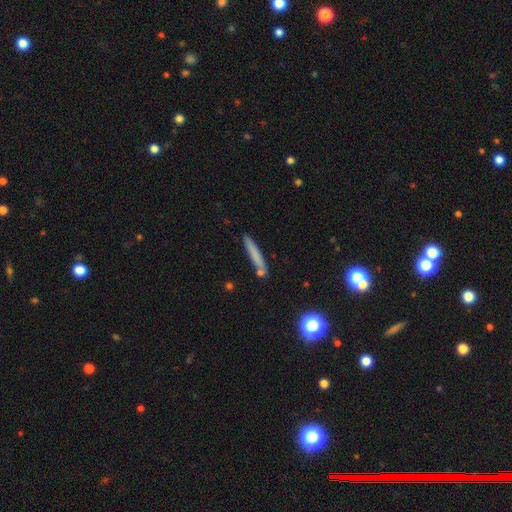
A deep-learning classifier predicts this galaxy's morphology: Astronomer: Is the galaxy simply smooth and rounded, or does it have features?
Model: smooth — 74%.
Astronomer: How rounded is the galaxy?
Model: cigar-shaped — 94%.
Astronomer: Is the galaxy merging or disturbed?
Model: none — 78%.